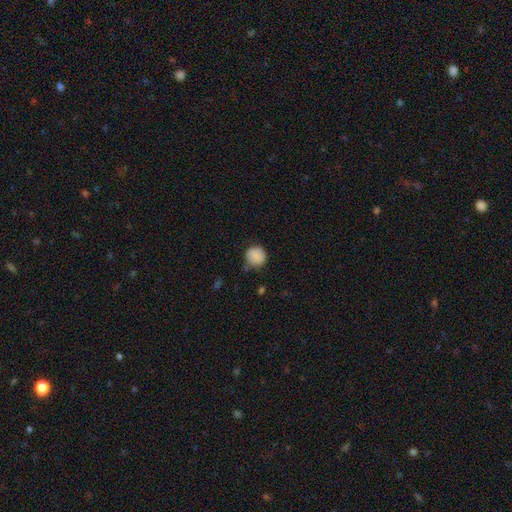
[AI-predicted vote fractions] This appears to be a smooth galaxy with no disk features (86%) that is round (90%). Merging: none (74%).